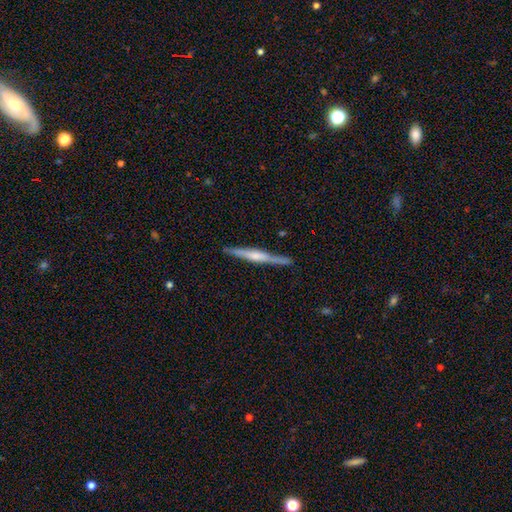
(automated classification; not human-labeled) Smooth or featured? Predicted: featured or disk (p=0.70). Edge-on disk? Predicted: yes (p=0.98). Edge-on bulge? Predicted: rounded (p=0.62). Merging? Predicted: none (p=0.89).